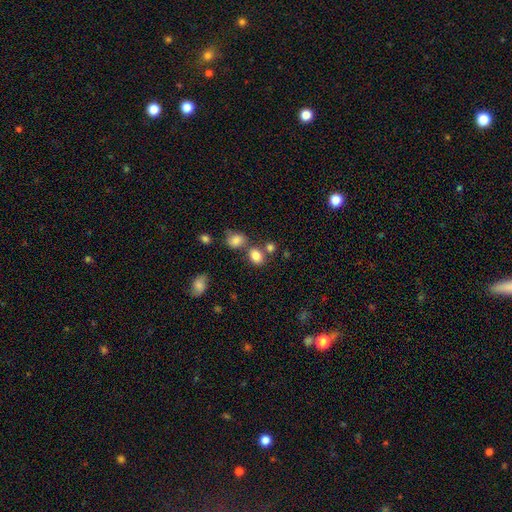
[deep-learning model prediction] Overall: smooth (83%). How rounded: in between (55%; round 44%). Merging: none (62%).